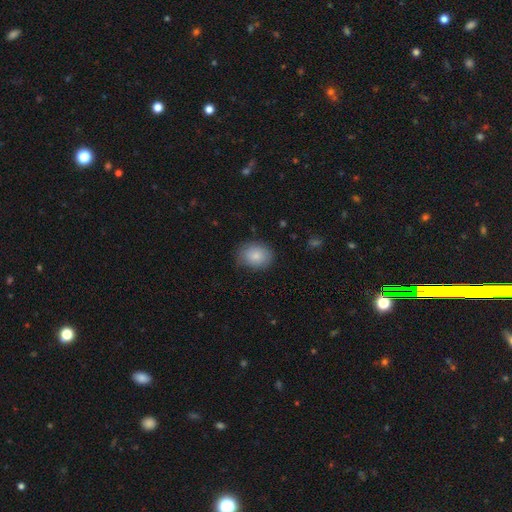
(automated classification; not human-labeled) This appears to be a smooth galaxy with no disk features (84%) that is in between round and cigar-shaped (52%). Merging: none (77%).